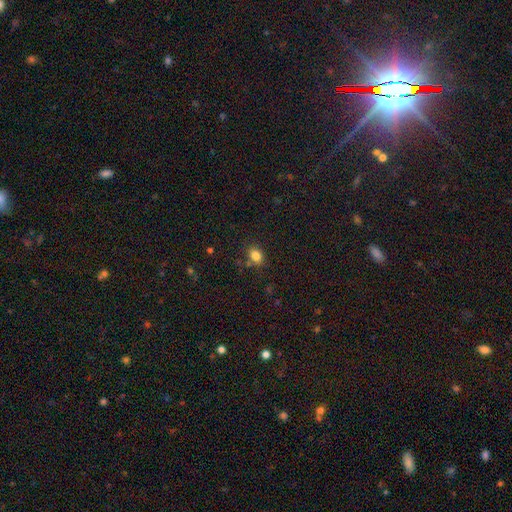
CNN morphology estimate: This is clearly a smooth galaxy (83%). How rounded: likely in between (63%). Merging: likely none (78%).